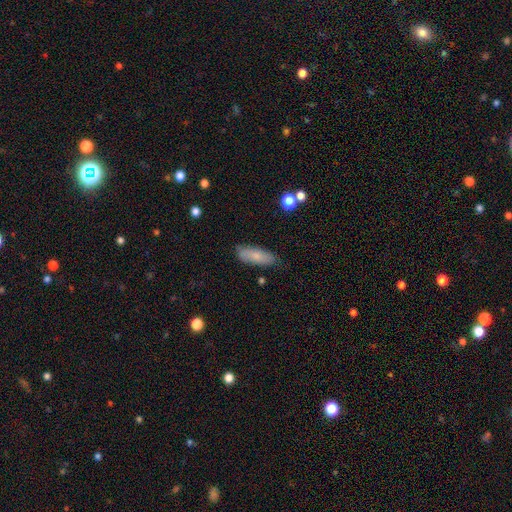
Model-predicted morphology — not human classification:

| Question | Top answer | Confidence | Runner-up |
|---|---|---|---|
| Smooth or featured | smooth | 76% | featured or disk (17%) |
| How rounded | in between | 64% | cigar-shaped (34%) |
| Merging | none | 77% | minor disturbance (18%) |